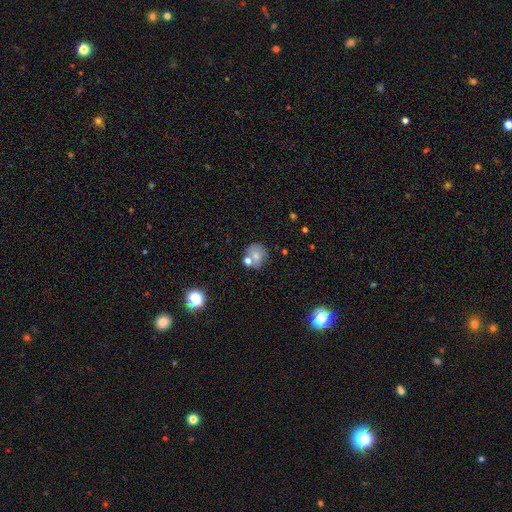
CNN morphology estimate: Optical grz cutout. It shows a smooth galaxy with no disk features (70%) that is round (85%). Merging: none (61%).